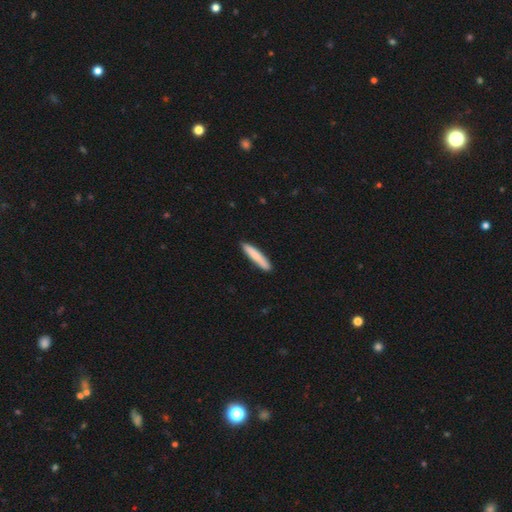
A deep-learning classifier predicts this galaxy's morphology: Smooth or featured?
  - smooth: 82% *
  - featured or disk: 13%
  - star or artifact: 5%
How rounded?
  - cigar-shaped: 92% *
  - in between: 7%
  - round: 1%
Merging?
  - none: 89% *
  - minor disturbance: 9%
  - major disturbance: 1%
  - merger: 1%